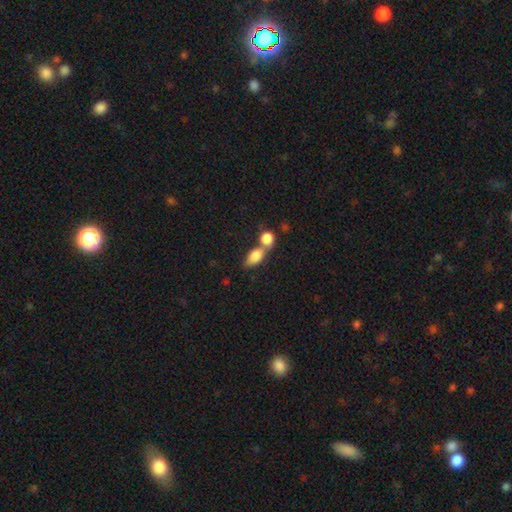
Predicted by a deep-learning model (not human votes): Overall: smooth (80%). How rounded: in between (77%). Merging: merger (60%; none 28%).